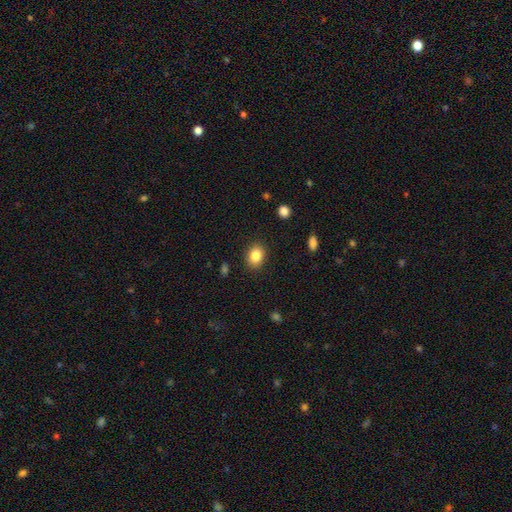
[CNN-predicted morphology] This appears to be a smooth galaxy with no disk features (84%) that is in between round and cigar-shaped (60%). Merging: none (88%).